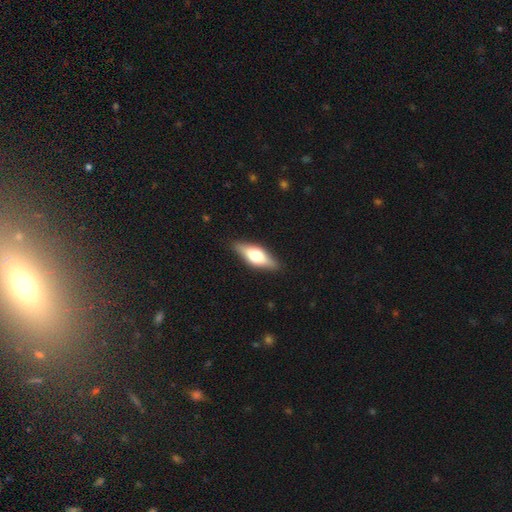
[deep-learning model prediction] Smooth or featured? Predicted: featured or disk (p=0.48). Merging? Predicted: none (p=0.87).